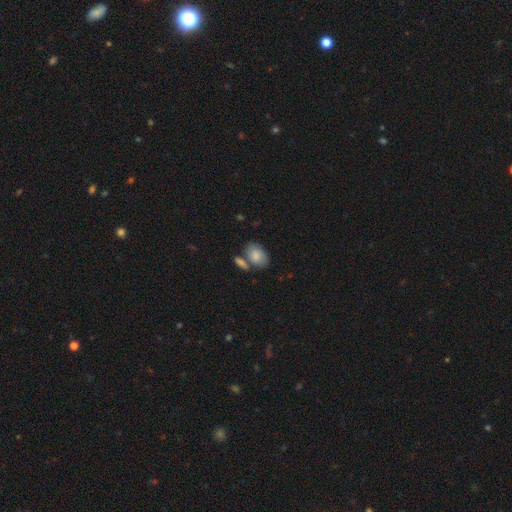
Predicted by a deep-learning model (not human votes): Smooth or featured: smooth — 80% (featured or disk — 13%)
How rounded: in between — 83% (round — 16%)
Merging: none — 48% (merger — 30%)